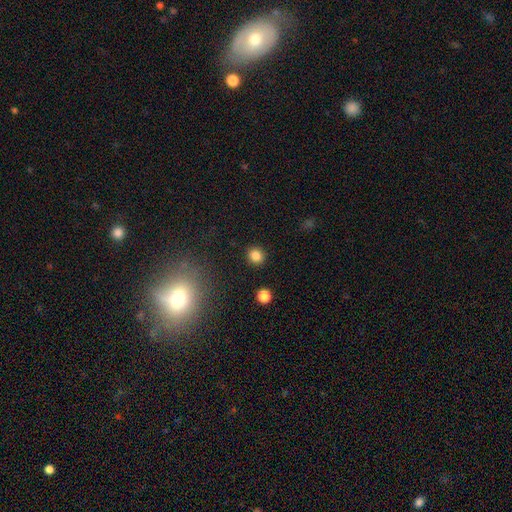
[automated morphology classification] Smooth or featured? smooth (83%)
How rounded? round (84%)
Merging? none (91%)